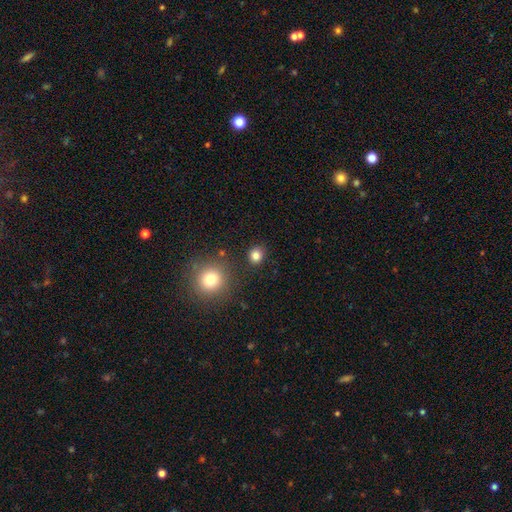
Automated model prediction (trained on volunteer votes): Q: Smooth or featured?
A: smooth (82%); runner-up: star or artifact (13%)
Q: How rounded?
A: round (83%); runner-up: in between (16%)
Q: Merging?
A: none (87%); runner-up: minor disturbance (7%)